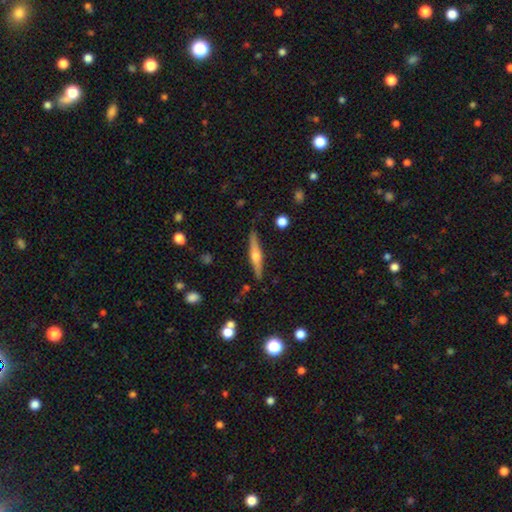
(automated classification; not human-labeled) smooth_or_featured: featured or disk (p=0.65) [alt: smooth p=0.29]
disk_edge_on: yes (p=0.97) [alt: no p=0.03]
edge_on_bulge: rounded (p=0.91) [alt: boxy p=0.05]
merging: none (p=0.88) [alt: minor disturbance p=0.08]